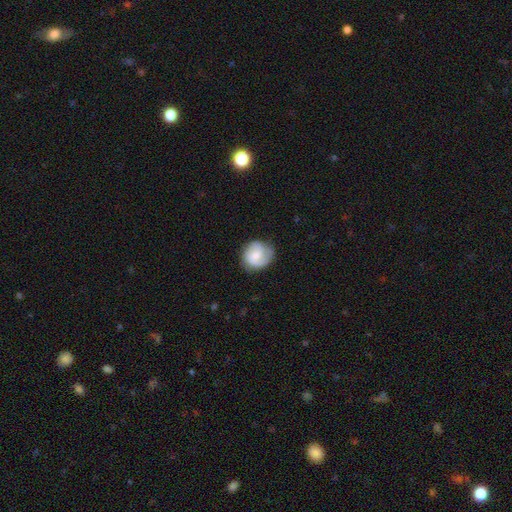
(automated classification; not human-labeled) smooth-or-featured: featured or disk: 57% | smooth: 36% | star or artifact: 6%
  disk-edge-on: no: 98% | yes: 2%
    bar: no: 49% | weak: 43% | strong: 8%
    has-spiral-arms: yes: 91% | no: 9%
      spiral-winding: medium: 42% | tight: 38% | loose: 20%
      spiral-arm-count: 2: 62% | 1: 22% | can't tell: 10% | 3: 3% | 4: 1% | more than 4: 1%
    bulge-size: small: 46% | moderate: 37% | none: 11% | large: 5% | dominant: 1%
  merging: none: 72% | minor disturbance: 20% | major disturbance: 7% | merger: 1%